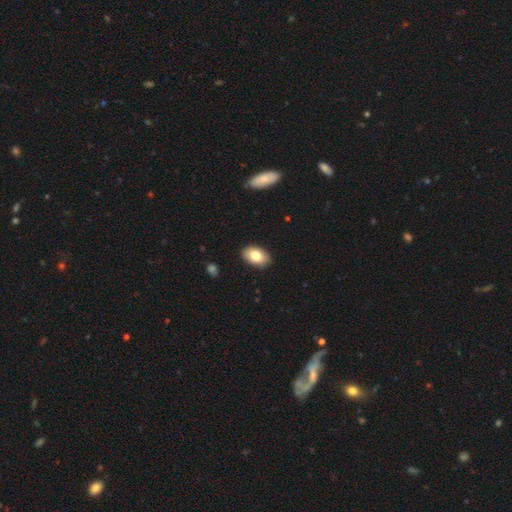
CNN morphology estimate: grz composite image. It shows a smooth galaxy with no disk features (80%) that is in between round and cigar-shaped (90%). Merging: none (88%).